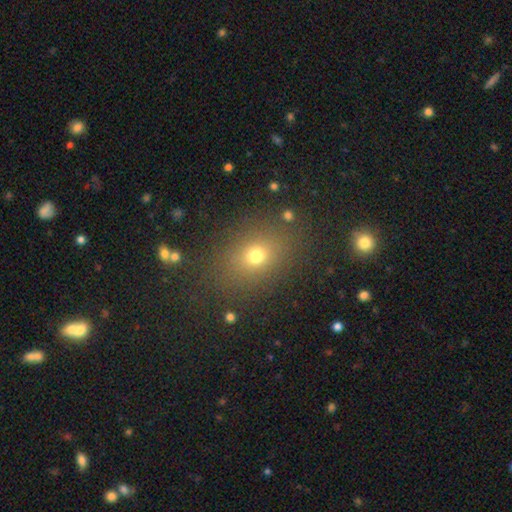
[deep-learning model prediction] smooth 70%, star or artifact 20%, featured or disk 10%. Down the decision tree: how rounded — in between (54%); merging — none (82%).